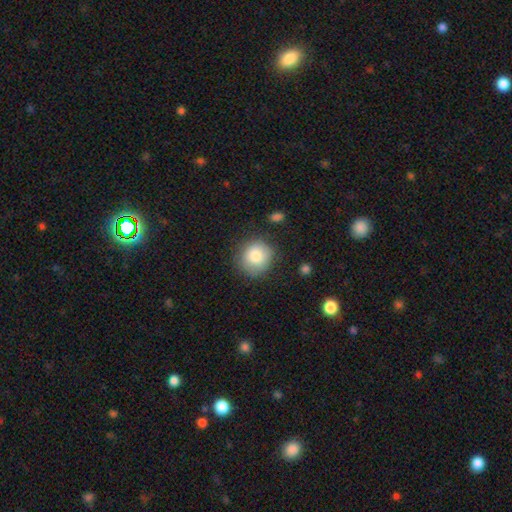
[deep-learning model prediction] Smooth or featured? Predicted: smooth (p=0.83). How rounded? Predicted: round (p=0.88). Merging? Predicted: none (p=0.76).